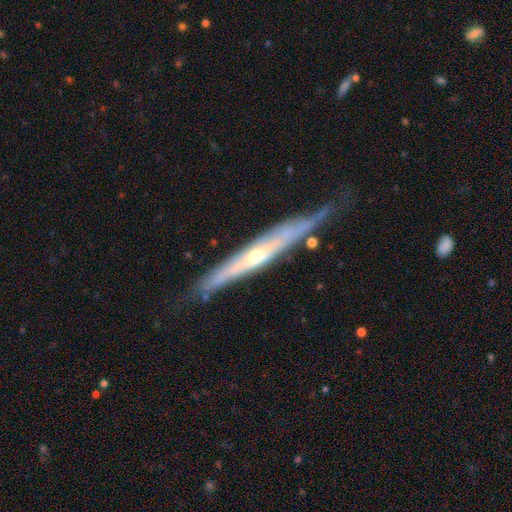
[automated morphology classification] A featured or disk galaxy (75%) viewed edge-on (82%) with a rounded central bulge (64%). Merging: none (68%).